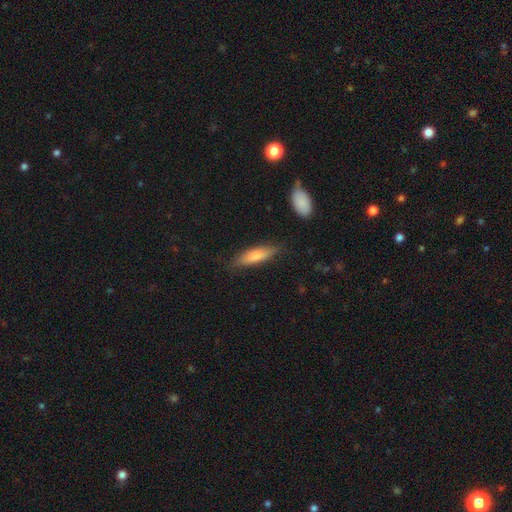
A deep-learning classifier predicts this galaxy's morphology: Smooth or featured? smooth (74%)
How rounded? cigar-shaped (59%)
Merging? none (77%)